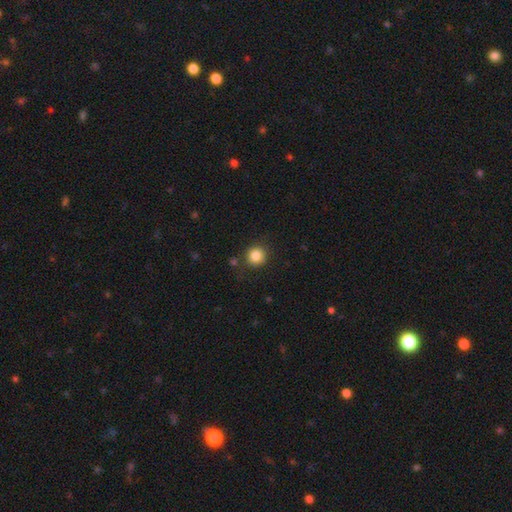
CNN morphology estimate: Smooth or featured? smooth (85%)
How rounded? round (92%)
Merging? none (85%)